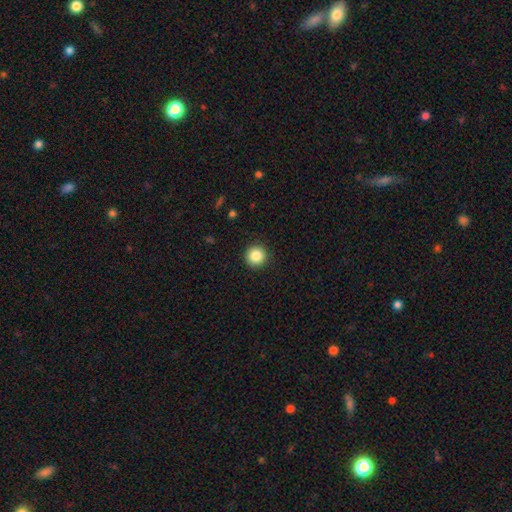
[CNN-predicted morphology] smooth 86%, star or artifact 10%, featured or disk 5%. Down the decision tree: how rounded — round (95%); merging — none (92%).